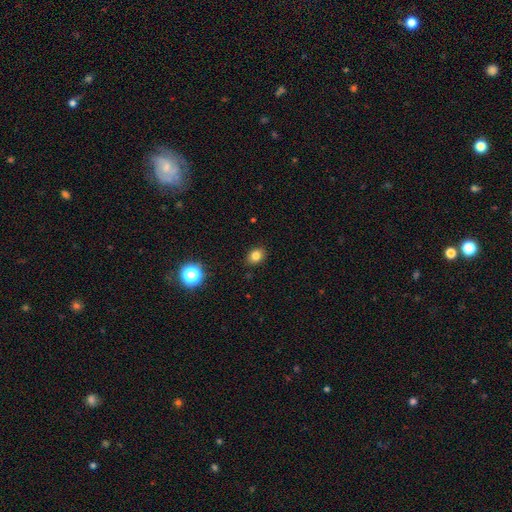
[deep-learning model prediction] smooth-or-featured: smooth: 81% | star or artifact: 13% | featured or disk: 6%
  how-rounded: in between: 54% | round: 45% | cigar-shaped: 1%
  merging: none: 89% | minor disturbance: 8% | major disturbance: 2% | merger: 1%